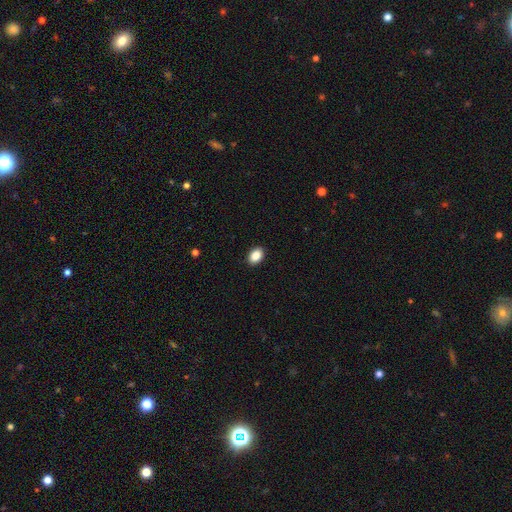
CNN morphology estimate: Smooth or featured? Predicted: smooth (p=0.88). How rounded? Predicted: in between (p=0.84). Merging? Predicted: none (p=0.91).